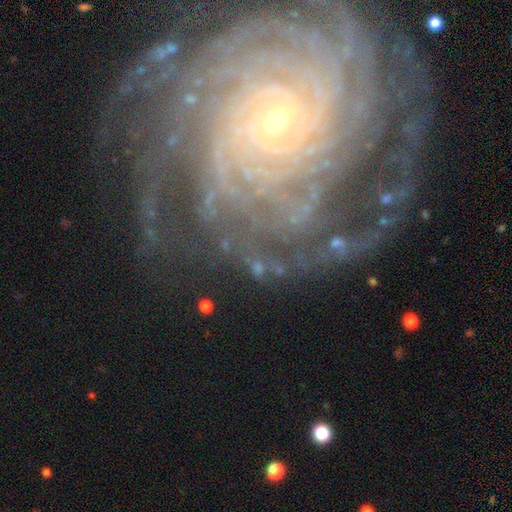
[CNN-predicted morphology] smooth_or_featured: featured or disk (p=0.89) [alt: star or artifact p=0.07]
disk_edge_on: no (p=0.97) [alt: yes p=0.03]
bar: no (p=0.69) [alt: weak p=0.20]
has_spiral_arms: yes (p=0.98) [alt: no p=0.02]
spiral_winding: tight (p=0.80) [alt: medium p=0.16]
spiral_arm_count: more than 4 (p=0.35) [alt: can't tell p=0.19]
bulge_size: small (p=0.82) [alt: moderate p=0.14]
merging: none (p=0.76) [alt: minor disturbance p=0.13]